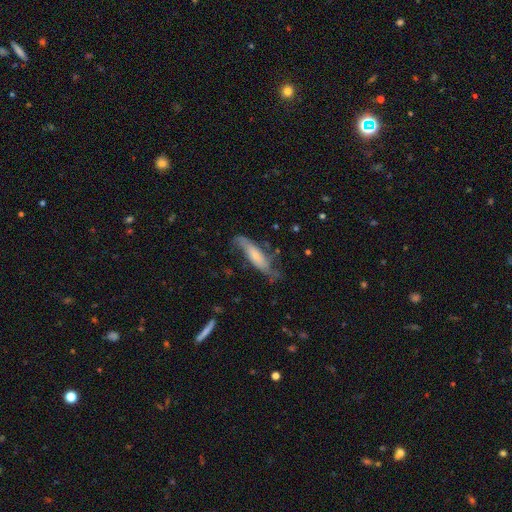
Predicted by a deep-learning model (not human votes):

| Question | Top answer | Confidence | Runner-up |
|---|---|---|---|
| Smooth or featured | featured or disk | 49% | smooth (44%) |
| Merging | none | 50% | minor disturbance (30%) |